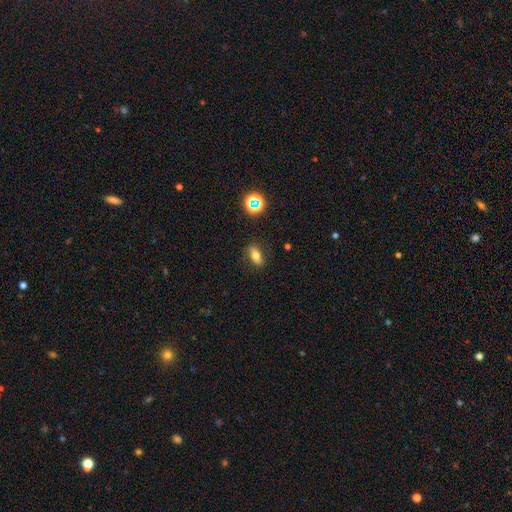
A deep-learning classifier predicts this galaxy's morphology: A smooth galaxy with no disk features (65%) that is in between round and cigar-shaped (73%).

Vote fractions:
- Smooth or featured? smooth: 65% / featured or disk: 21% / star or artifact: 14%
- How rounded? in between: 73% / cigar-shaped: 18% / round: 10%
- Merging? none: 83% / minor disturbance: 12% / major disturbance: 3% / merger: 2%